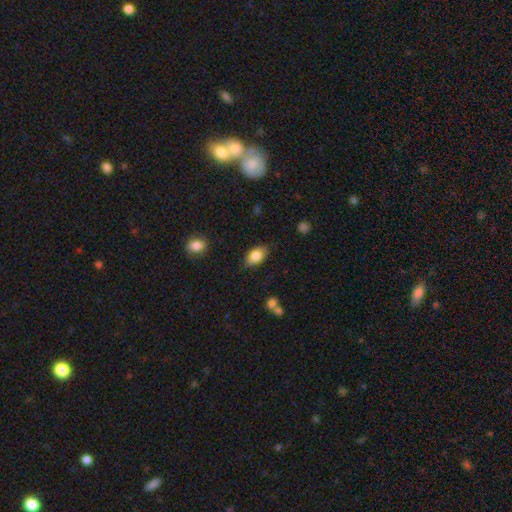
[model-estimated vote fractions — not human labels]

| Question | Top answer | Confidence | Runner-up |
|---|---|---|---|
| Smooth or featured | smooth | 80% | featured or disk (13%) |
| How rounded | in between | 90% | round (7%) |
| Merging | none | 81% | minor disturbance (14%) |